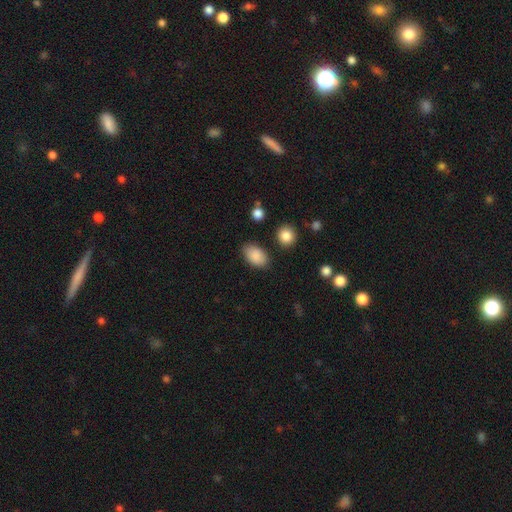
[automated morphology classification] smooth_or_featured: smooth (p=0.88) [alt: star or artifact p=0.07]
how_rounded: in between (p=0.90) [alt: round p=0.08]
merging: none (p=0.83) [alt: minor disturbance p=0.11]